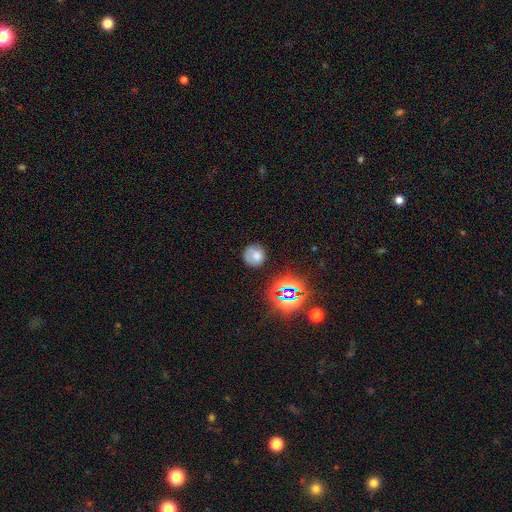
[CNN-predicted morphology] Overall: smooth (66%). How rounded: round (85%). Merging: none (66%).